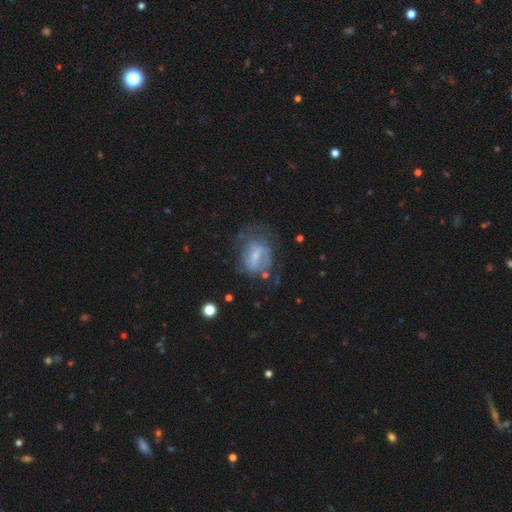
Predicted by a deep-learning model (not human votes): A featured or disk galaxy (57%) with a weak bar (47%), spiral arms (55%) and a small central bulge (38%). Merging: none (45%).